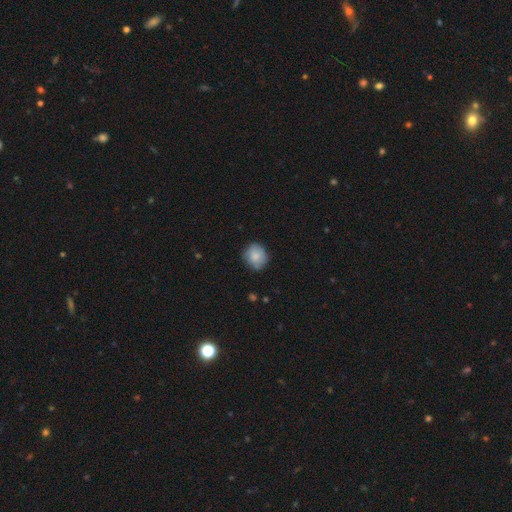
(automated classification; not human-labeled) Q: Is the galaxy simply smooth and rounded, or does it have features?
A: smooth — 82%.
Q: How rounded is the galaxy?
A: round — 81%.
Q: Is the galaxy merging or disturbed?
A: none — 76%.